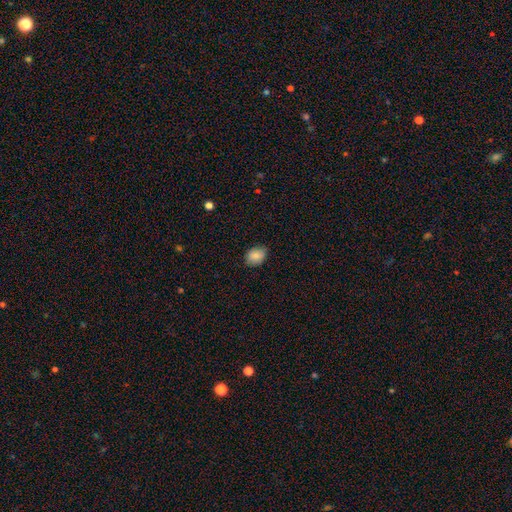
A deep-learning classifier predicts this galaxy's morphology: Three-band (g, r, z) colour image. It shows a smooth galaxy with no disk features (84%) that is in between round and cigar-shaped (60%). Merging: none (76%).